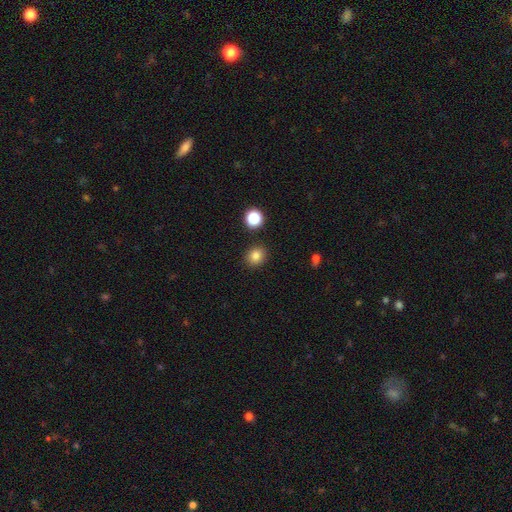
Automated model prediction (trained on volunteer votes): The model was most divided on "how rounded": round: 71%, in between: 29%, cigar-shaped: 1%. More confident: merging — none (88%); smooth or featured — smooth (83%).